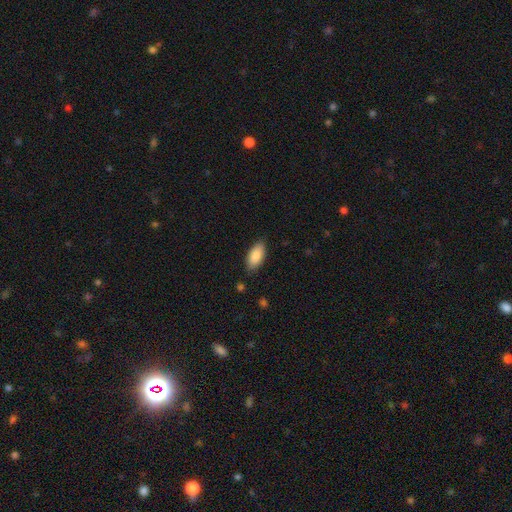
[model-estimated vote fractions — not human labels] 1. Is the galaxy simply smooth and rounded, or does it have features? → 86% smooth, 8% featured or disk, 6% star or artifact.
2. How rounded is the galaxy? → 90% in between, 8% cigar-shaped, 2% round.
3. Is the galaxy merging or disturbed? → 84% none, 12% minor disturbance, 2% major disturbance, 1% merger.